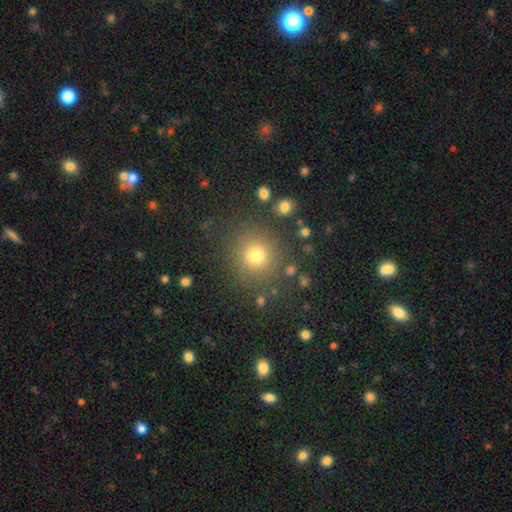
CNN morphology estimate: A smooth galaxy with no disk features (75%) that is round (91%). Merging: none (85%).